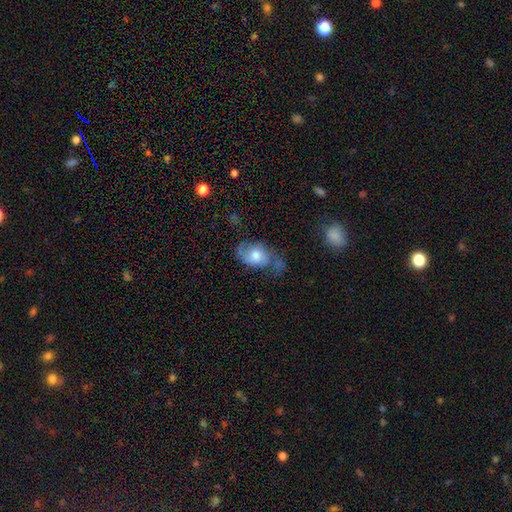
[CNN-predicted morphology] Smooth or featured: smooth — 51% (featured or disk — 41%)
How rounded: in between — 80% (round — 18%)
Merging: none — 40% (minor disturbance — 31%)